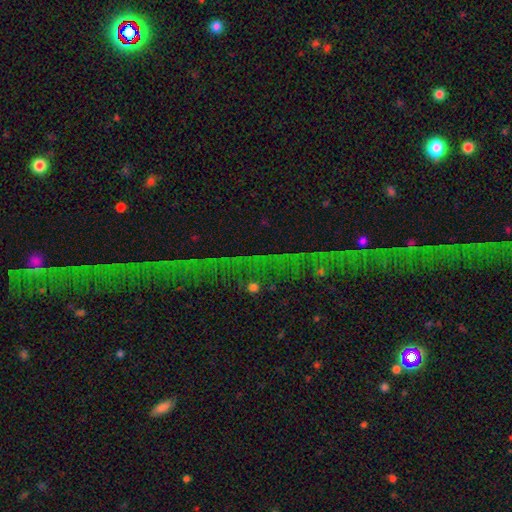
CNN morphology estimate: This appears to be a star or artifact, not a galaxy (73%).